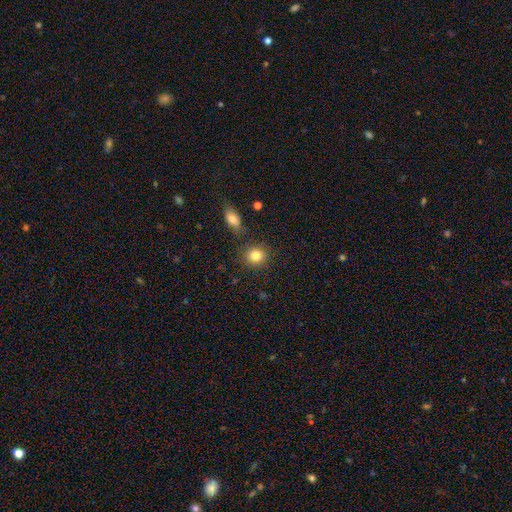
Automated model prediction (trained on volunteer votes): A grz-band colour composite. It shows a smooth galaxy with no disk features (84%) that is round (75%). Merging: none (83%).